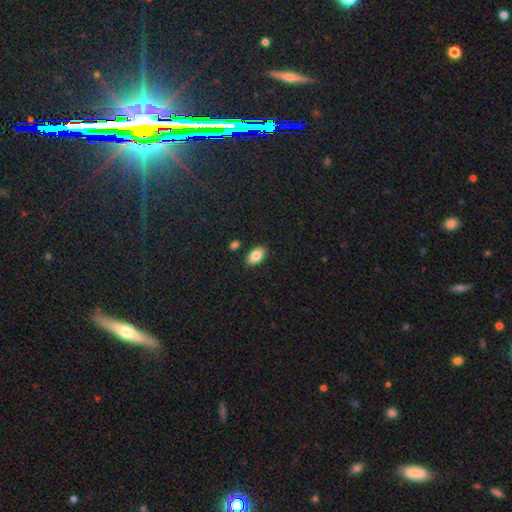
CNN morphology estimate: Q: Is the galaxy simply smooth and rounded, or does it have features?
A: smooth — 82%.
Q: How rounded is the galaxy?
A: in between — 93%.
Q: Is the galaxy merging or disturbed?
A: none — 86%.